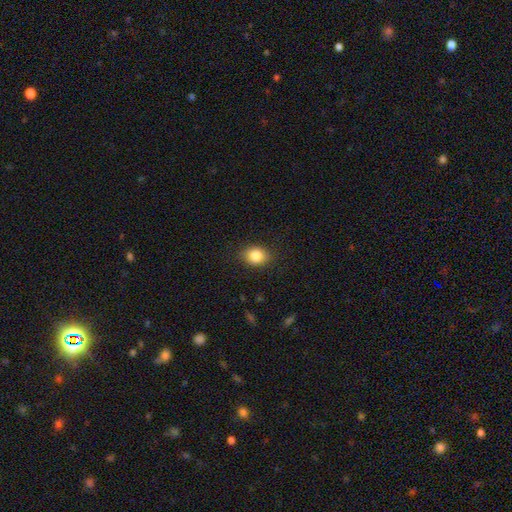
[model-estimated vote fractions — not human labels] Smooth or featured?
  - smooth: 85% *
  - star or artifact: 9%
  - featured or disk: 6%
How rounded?
  - in between: 50% *
  - round: 49%
  - cigar-shaped: 1%
Merging?
  - none: 86% *
  - minor disturbance: 10%
  - major disturbance: 3%
  - merger: 1%